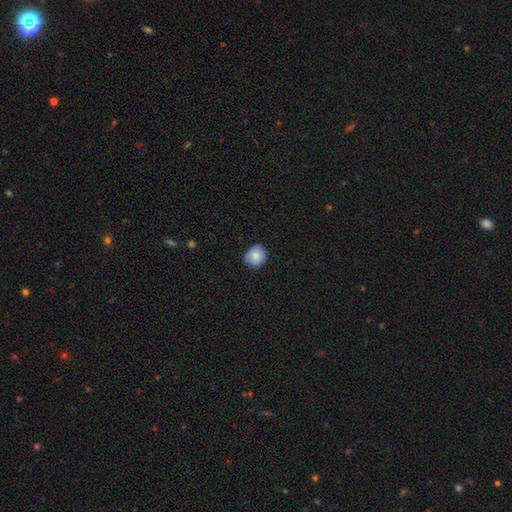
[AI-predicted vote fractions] Smooth or featured?
  - smooth: 82% *
  - featured or disk: 10%
  - star or artifact: 8%
How rounded?
  - round: 76% *
  - in between: 23%
  - cigar-shaped: 1%
Merging?
  - none: 72% *
  - minor disturbance: 23%
  - major disturbance: 4%
  - merger: 1%